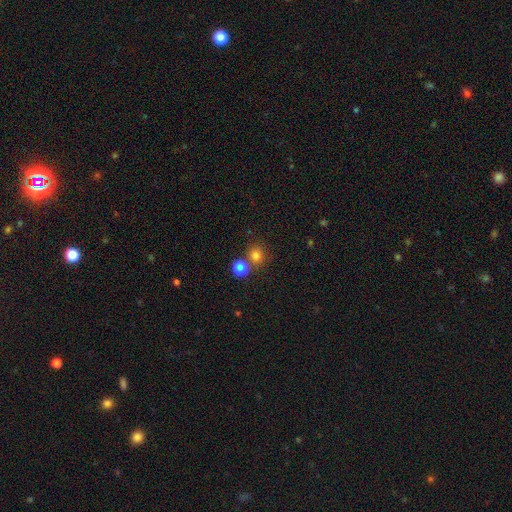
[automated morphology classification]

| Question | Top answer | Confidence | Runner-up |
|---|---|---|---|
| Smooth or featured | smooth | 79% | star or artifact (15%) |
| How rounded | round | 88% | in between (11%) |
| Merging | none | 71% | merger (19%) |